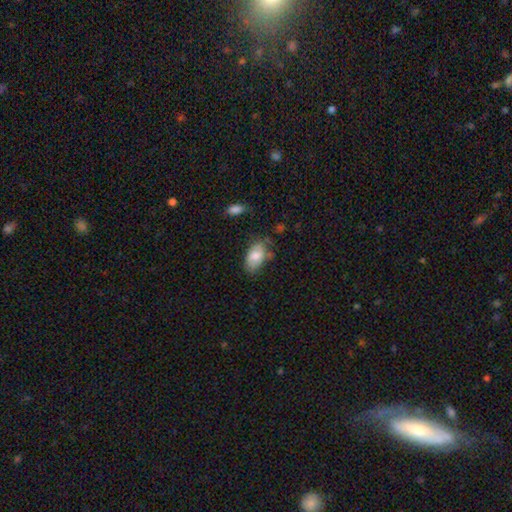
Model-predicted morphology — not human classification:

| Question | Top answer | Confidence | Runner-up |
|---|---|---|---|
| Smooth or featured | smooth | 72% | featured or disk (21%) |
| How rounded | in between | 93% | round (5%) |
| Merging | none | 53% | minor disturbance (33%) |